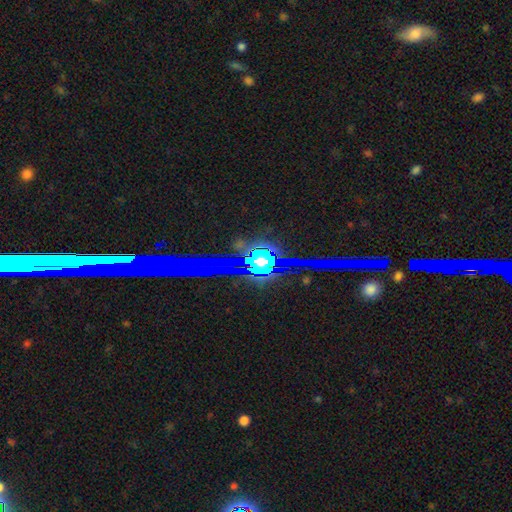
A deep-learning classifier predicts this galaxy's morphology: type=star or artifact (75%).